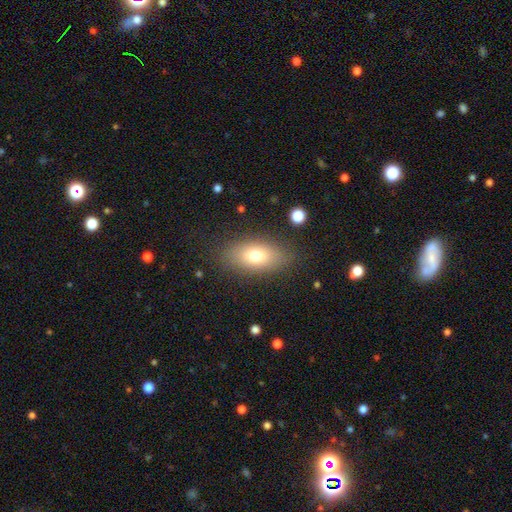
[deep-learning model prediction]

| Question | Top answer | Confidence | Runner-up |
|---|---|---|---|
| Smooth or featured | smooth | 73% | featured or disk (17%) |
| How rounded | in between | 88% | round (8%) |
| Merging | none | 82% | minor disturbance (12%) |